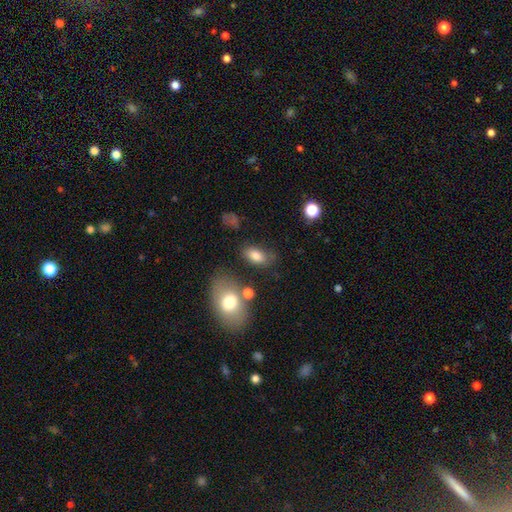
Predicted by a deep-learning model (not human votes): smooth_or_featured: smooth (p=0.81) [alt: featured or disk p=0.10]
how_rounded: in between (p=0.91) [alt: round p=0.06]
merging: none (p=0.68) [alt: minor disturbance p=0.19]